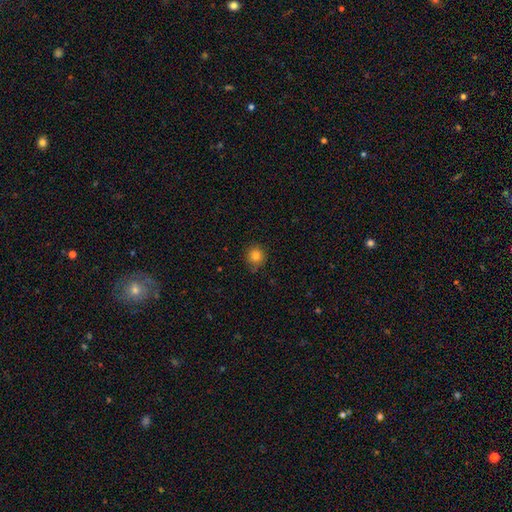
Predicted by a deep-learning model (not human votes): Smooth or featured?
  - smooth: 82% *
  - star or artifact: 12%
  - featured or disk: 6%
How rounded?
  - round: 91% *
  - in between: 8%
  - cigar-shaped: 1%
Merging?
  - none: 81% *
  - minor disturbance: 15%
  - major disturbance: 3%
  - merger: 1%